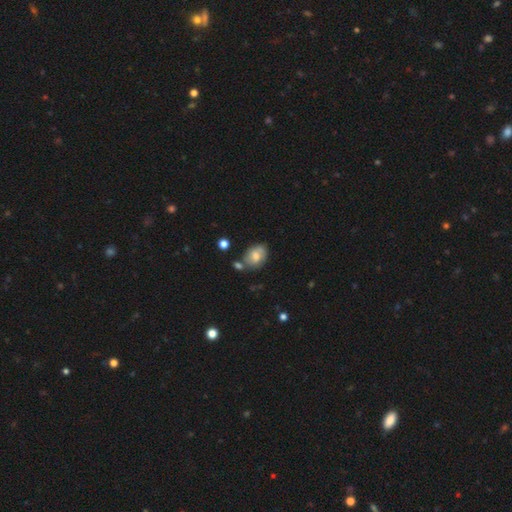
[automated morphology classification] Smooth or featured?
  - smooth: 61% *
  - featured or disk: 30%
  - star or artifact: 9%
How rounded?
  - in between: 71% *
  - round: 28%
  - cigar-shaped: 1%
Merging?
  - none: 61% *
  - minor disturbance: 21%
  - merger: 13%
  - major disturbance: 5%